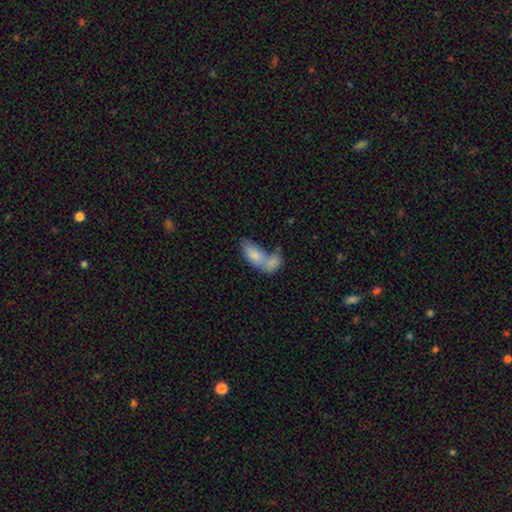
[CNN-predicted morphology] smooth_or_featured: smooth (p=0.77) [alt: featured or disk p=0.17]
how_rounded: in between (p=0.86) [alt: cigar-shaped p=0.10]
merging: merger (p=0.63) [alt: none p=0.20]